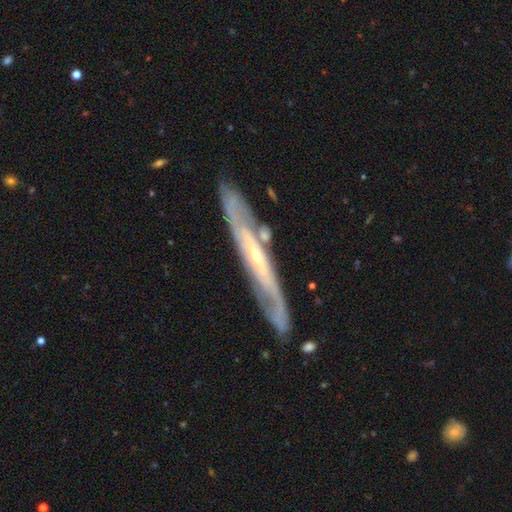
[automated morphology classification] featured or disk 81%, smooth 13%, star or artifact 6%. Down the decision tree: edge-on disk — yes (58%); merging — none (80%).